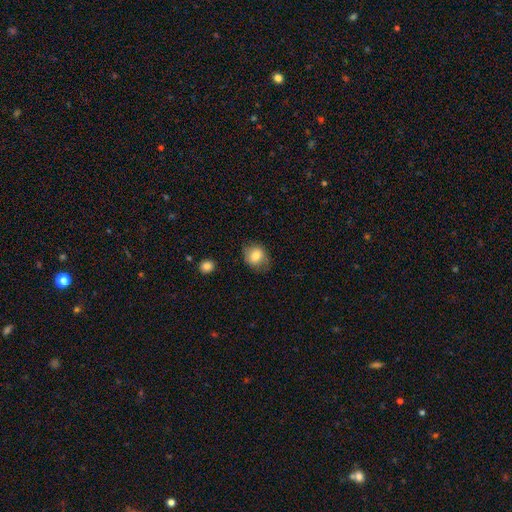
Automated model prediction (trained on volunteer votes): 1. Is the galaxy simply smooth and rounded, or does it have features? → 78% smooth, 13% featured or disk, 9% star or artifact.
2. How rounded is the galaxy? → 62% round, 37% in between, 1% cigar-shaped.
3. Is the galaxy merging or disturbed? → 74% none, 19% minor disturbance, 5% major disturbance, 1% merger.